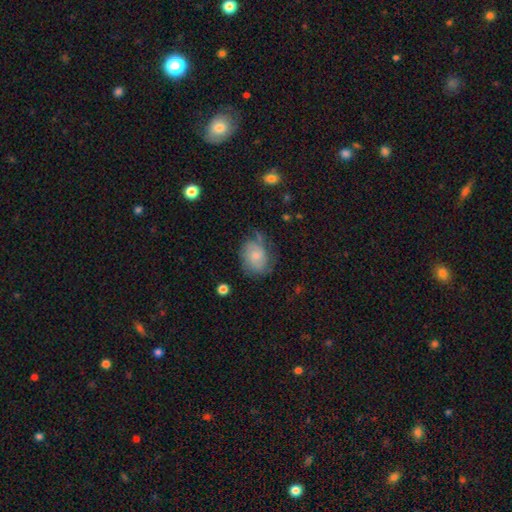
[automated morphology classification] Smooth or featured?
  - smooth: 51% *
  - featured or disk: 41%
  - star or artifact: 8%
How rounded?
  - in between: 58% *
  - round: 41%
  - cigar-shaped: 1%
Merging?
  - none: 50% *
  - minor disturbance: 30%
  - major disturbance: 18%
  - merger: 3%